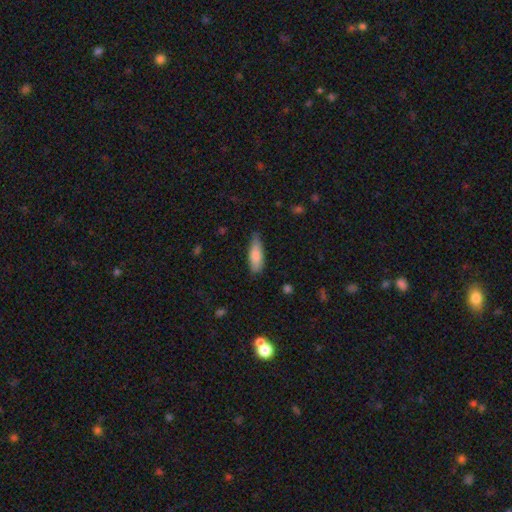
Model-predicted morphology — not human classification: Smooth or featured: smooth — 81% (featured or disk — 13%)
How rounded: in between — 58% (cigar-shaped — 40%)
Merging: none — 71% (minor disturbance — 24%)